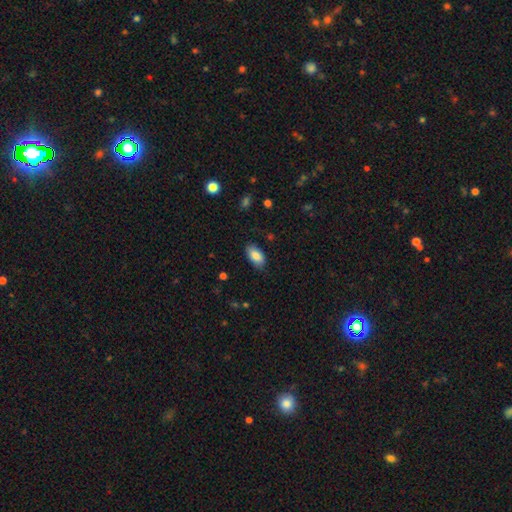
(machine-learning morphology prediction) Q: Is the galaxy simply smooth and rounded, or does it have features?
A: smooth — 84%.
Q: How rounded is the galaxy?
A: in between — 93%.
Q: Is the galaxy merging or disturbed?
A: none — 82%.